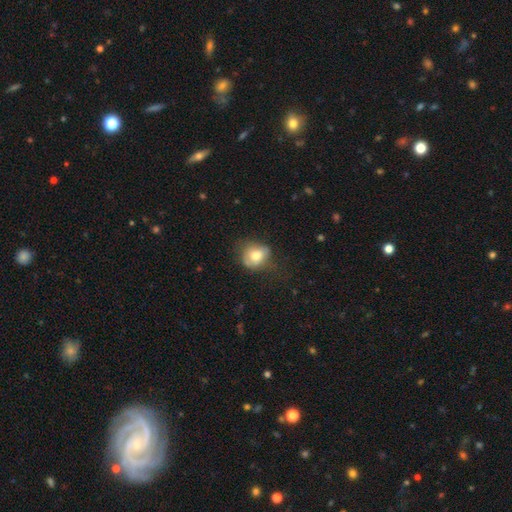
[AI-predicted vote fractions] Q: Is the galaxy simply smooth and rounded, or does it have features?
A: smooth — 72%.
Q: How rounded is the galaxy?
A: round — 63%.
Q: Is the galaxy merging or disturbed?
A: none — 54%.